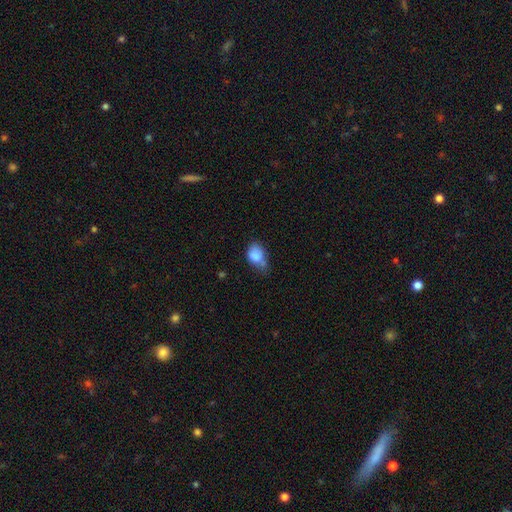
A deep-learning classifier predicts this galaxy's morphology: smooth 80%, featured or disk 11%, star or artifact 9%. Down the decision tree: how rounded — in between (73%); merging — minor disturbance (39%).